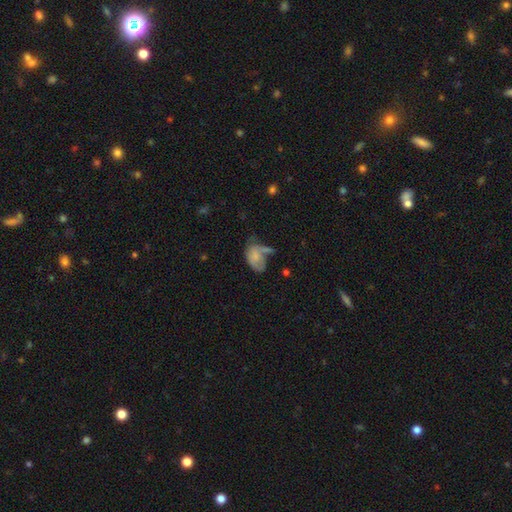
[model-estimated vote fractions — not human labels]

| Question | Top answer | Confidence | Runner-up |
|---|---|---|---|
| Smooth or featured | smooth | 64% | featured or disk (27%) |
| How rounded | in between | 86% | round (12%) |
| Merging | major disturbance | 28% | none (25%) |